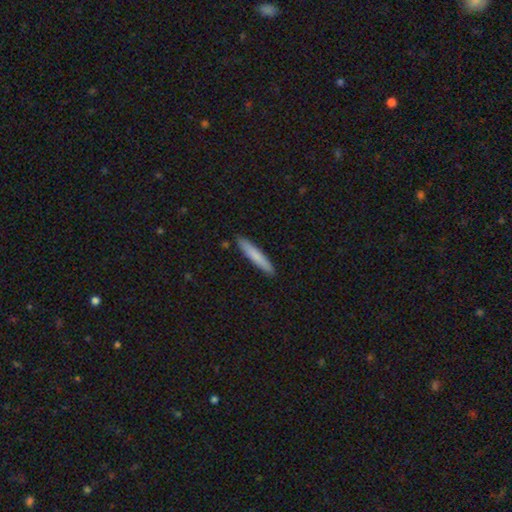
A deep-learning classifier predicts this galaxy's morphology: A smooth galaxy with no disk features (78%) that is cigar-shaped (93%).

Vote fractions:
- Smooth or featured? smooth: 78% / featured or disk: 17% / star or artifact: 5%
- How rounded? cigar-shaped: 93% / in between: 5% / round: 1%
- Merging? none: 90% / minor disturbance: 7% / major disturbance: 1% / merger: 1%